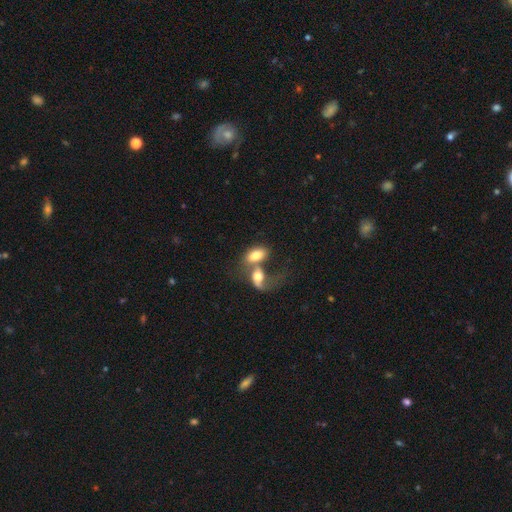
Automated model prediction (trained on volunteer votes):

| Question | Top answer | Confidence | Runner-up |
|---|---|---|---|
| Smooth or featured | smooth | 70% | featured or disk (22%) |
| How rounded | in between | 87% | round (10%) |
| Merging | merger | 73% | none (13%) |